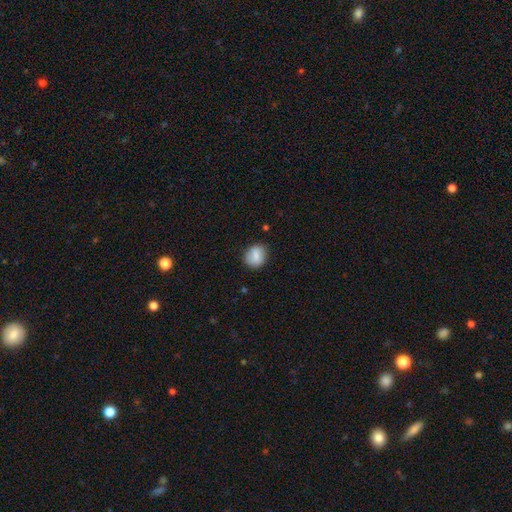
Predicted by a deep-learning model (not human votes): Overall: smooth (81%). How rounded: round (65%; in between 34%). Merging: none (81%).